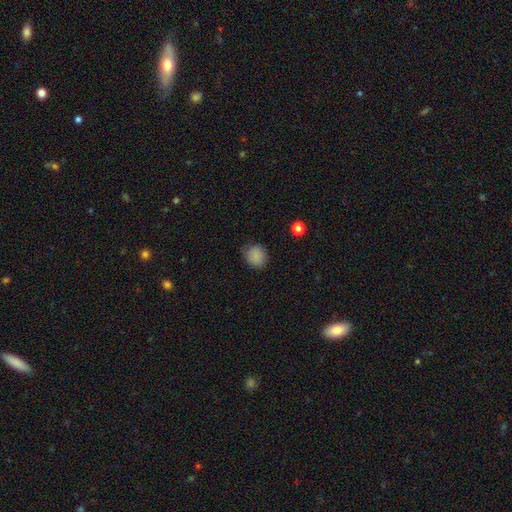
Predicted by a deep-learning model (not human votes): A smooth galaxy with no disk features (85%) that is round (72%).

Vote fractions:
- Smooth or featured? smooth: 85% / star or artifact: 10% / featured or disk: 5%
- How rounded? round: 72% / in between: 27% / cigar-shaped: 1%
- Merging? none: 75% / minor disturbance: 20% / major disturbance: 4% / merger: 1%